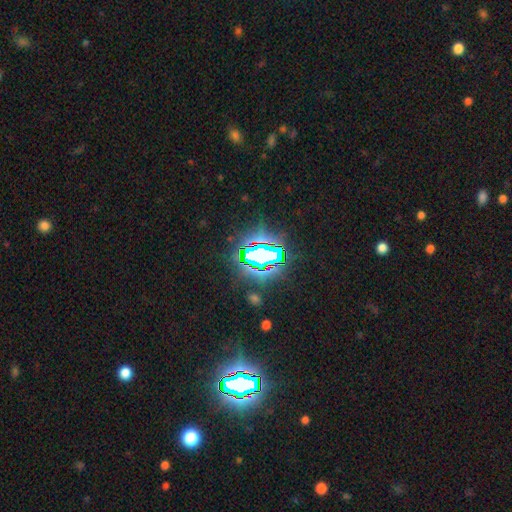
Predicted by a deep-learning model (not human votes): Overall: star or artifact (83%).